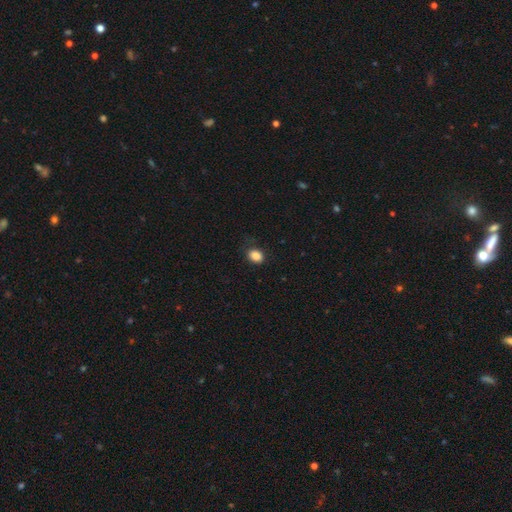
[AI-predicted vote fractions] smooth_or_featured: smooth (p=0.86) [alt: star or artifact p=0.10]
how_rounded: in between (p=0.63) [alt: round p=0.36]
merging: none (p=0.82) [alt: minor disturbance p=0.14]